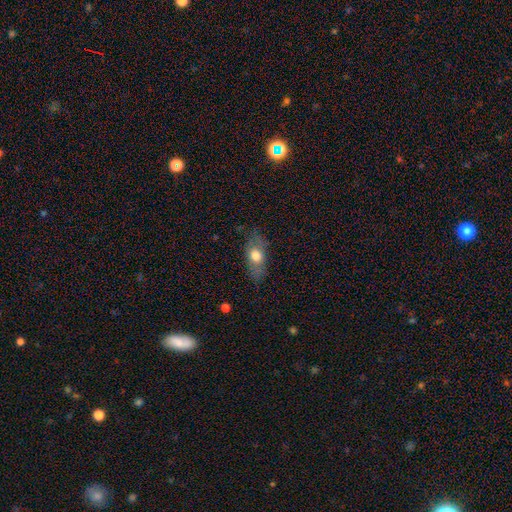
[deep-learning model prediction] A smooth galaxy with no disk features (66%) that is in between round and cigar-shaped (75%).

Vote fractions:
- Smooth or featured? smooth: 66% / featured or disk: 27% / star or artifact: 8%
- How rounded? in between: 75% / cigar-shaped: 14% / round: 11%
- Merging? none: 72% / minor disturbance: 19% / major disturbance: 7% / merger: 1%